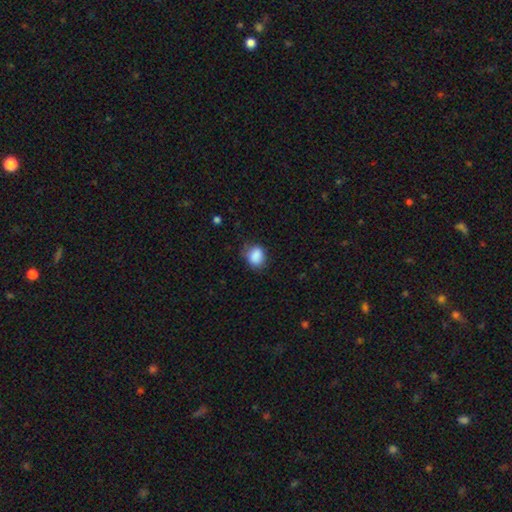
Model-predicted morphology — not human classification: The model was most divided on "how rounded": round: 53%, in between: 46%, cigar-shaped: 1%. More confident: smooth or featured — smooth (87%); merging — none (71%).